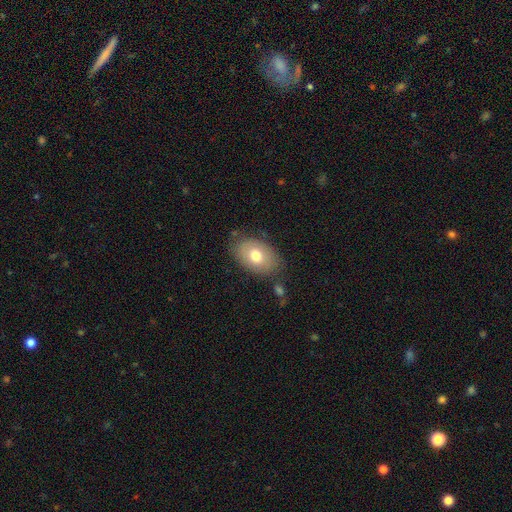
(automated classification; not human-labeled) A smooth galaxy with no disk features (71%) that is in between round and cigar-shaped (87%).

Vote fractions:
- Smooth or featured? smooth: 71% / featured or disk: 22% / star or artifact: 7%
- How rounded? in between: 87% / round: 11% / cigar-shaped: 1%
- Merging? none: 75% / minor disturbance: 17% / major disturbance: 5% / merger: 3%